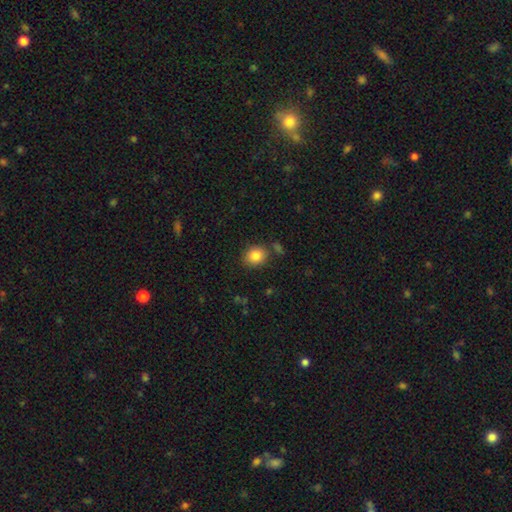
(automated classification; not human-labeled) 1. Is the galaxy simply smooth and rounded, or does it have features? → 84% smooth, 10% star or artifact, 6% featured or disk.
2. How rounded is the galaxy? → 68% round, 31% in between, 1% cigar-shaped.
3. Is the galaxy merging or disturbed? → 82% none, 10% minor disturbance, 4% merger, 3% major disturbance.